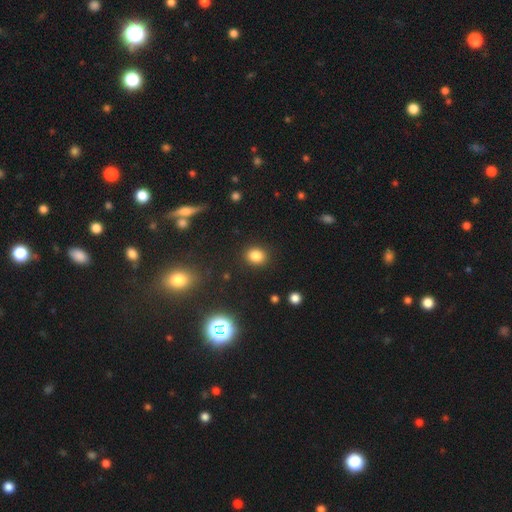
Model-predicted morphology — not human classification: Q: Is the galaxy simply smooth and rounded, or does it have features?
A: smooth — 82%.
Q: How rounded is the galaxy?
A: round — 59%.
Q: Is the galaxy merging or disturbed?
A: none — 89%.